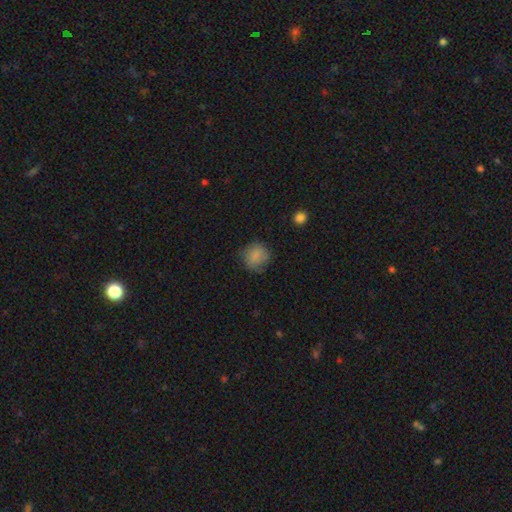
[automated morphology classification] This appears to be a smooth galaxy with no disk features (84%) that is round (86%). Merging: none (76%).